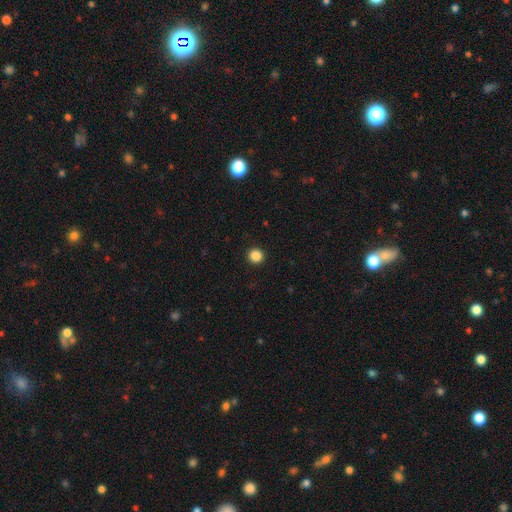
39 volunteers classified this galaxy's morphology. Volunteers were most divided on "smooth or featured": smooth: 87%, star or artifact: 8%, featured or disk: 5%. More confident: how rounded — round (100%); merging — none (92%).